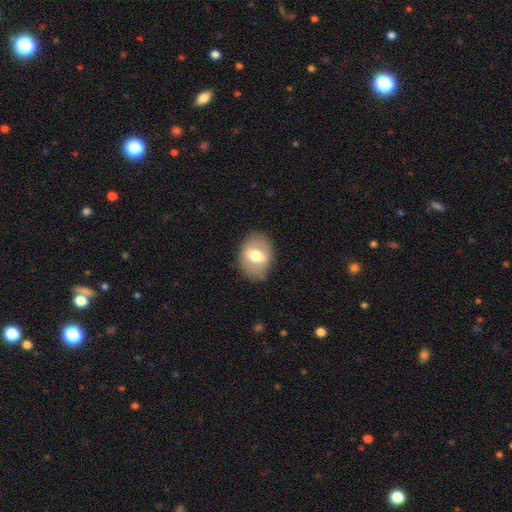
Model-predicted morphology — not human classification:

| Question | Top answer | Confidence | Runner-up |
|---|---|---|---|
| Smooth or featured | smooth | 59% | featured or disk (33%) |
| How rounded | in between | 69% | round (30%) |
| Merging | none | 81% | minor disturbance (13%) |